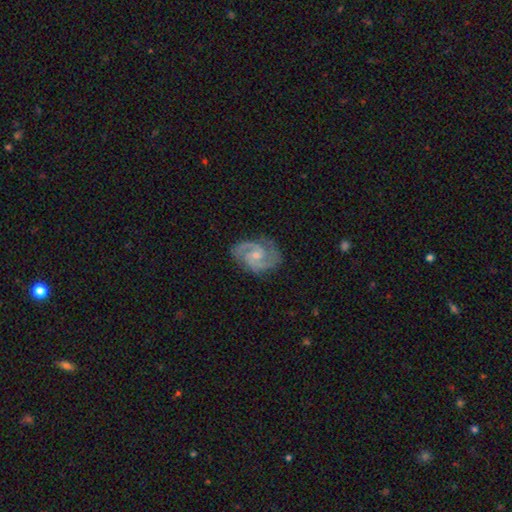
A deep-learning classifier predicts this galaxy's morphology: Smooth or featured: featured or disk — 92% (star or artifact — 4%)
Edge-on disk: no — 98% (yes — 2%)
Bar: no — 53% (weak — 39%)
Spiral arms: yes — 98% (no — 2%)
Spiral winding: medium — 55% (tight — 37%)
Spiral arm count: 2 — 89% (3 — 6%)
Bulge size: small — 60% (moderate — 33%)
Merging: none — 80% (minor disturbance — 15%)